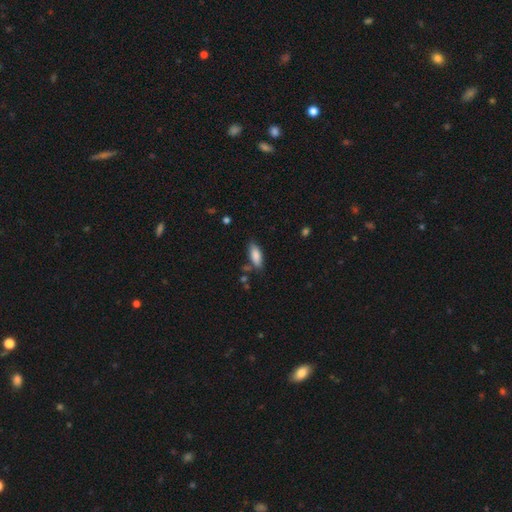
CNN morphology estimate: smooth 84%, featured or disk 9%, star or artifact 7%. Down the decision tree: how rounded — in between (72%); merging — none (74%).